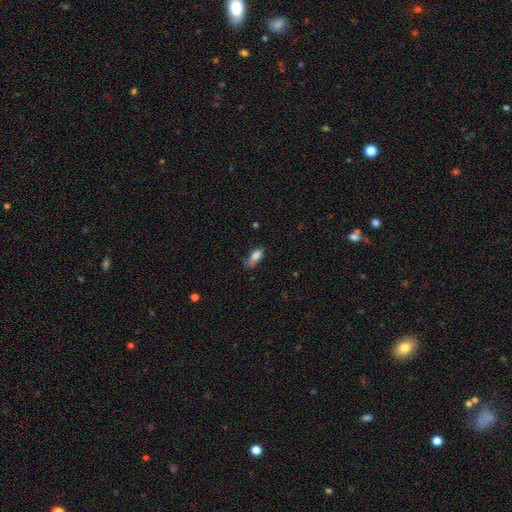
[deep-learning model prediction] Smooth or featured?
  - smooth: 79% *
  - featured or disk: 12%
  - star or artifact: 9%
How rounded?
  - in between: 82% *
  - cigar-shaped: 14%
  - round: 4%
Merging?
  - none: 43% *
  - minor disturbance: 35%
  - major disturbance: 19%
  - merger: 3%